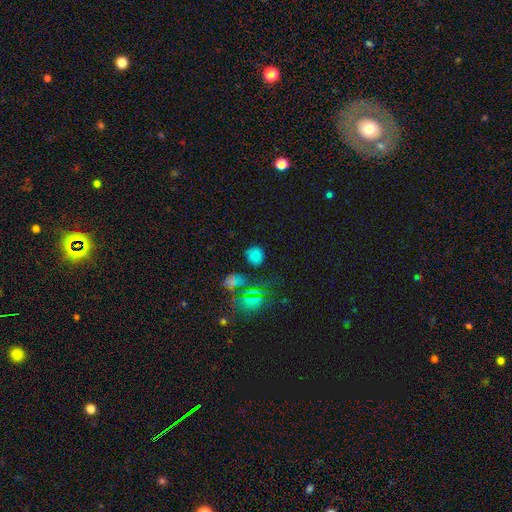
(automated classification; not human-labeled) The model was most divided on "smooth or featured": smooth: 70%, star or artifact: 21%, featured or disk: 9%. More confident: merging — none (80%); how rounded — round (76%).